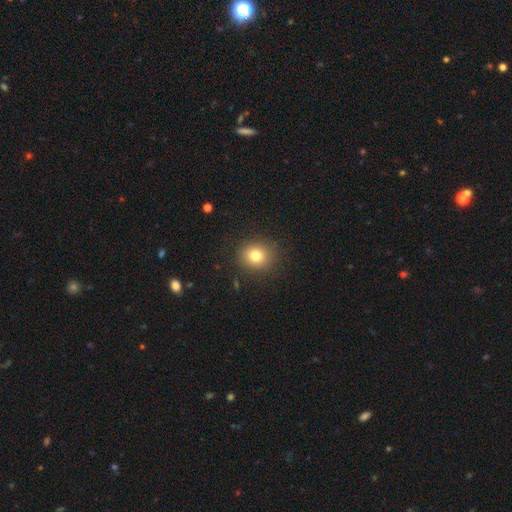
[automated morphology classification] The model was most divided on "how rounded": round: 80%, in between: 19%, cigar-shaped: 1%. More confident: merging — none (88%); smooth or featured — smooth (79%).